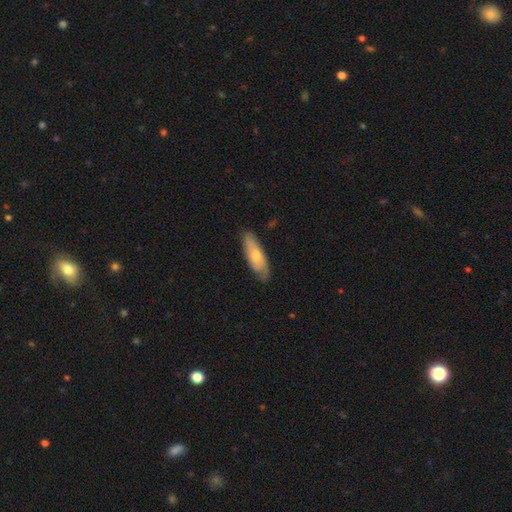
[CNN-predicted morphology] This is possibly a smooth galaxy (53%). How rounded: possibly in between (56%). Merging: likely none (76%).